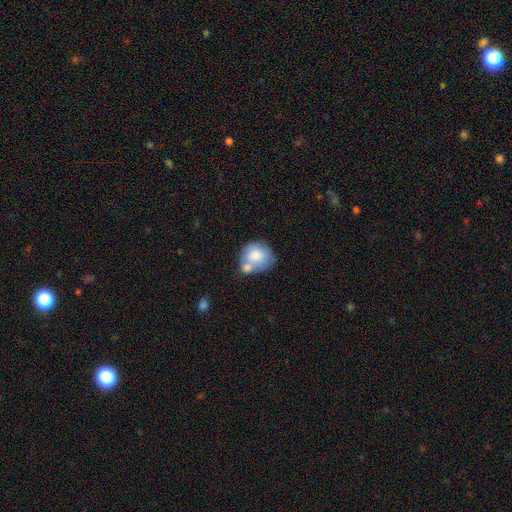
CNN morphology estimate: Q: Smooth or featured?
A: smooth (74%); runner-up: featured or disk (19%)
Q: How rounded?
A: round (70%); runner-up: in between (29%)
Q: Merging?
A: merger (39%); runner-up: none (36%)